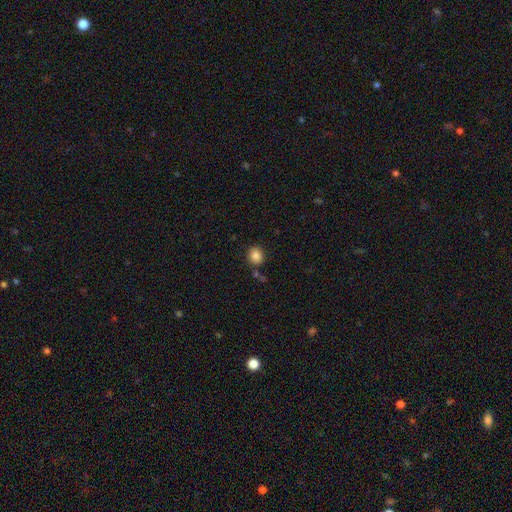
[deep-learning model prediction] Smooth or featured? smooth (85%)
How rounded? round (73%)
Merging? none (82%)